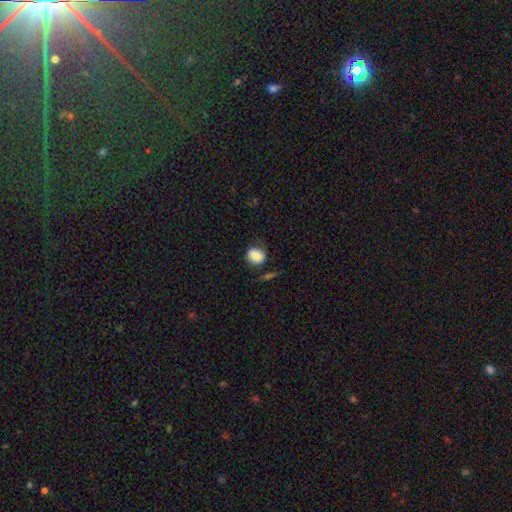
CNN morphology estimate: A smooth galaxy with no disk features (80%) that is round (73%). Merging: none (70%).